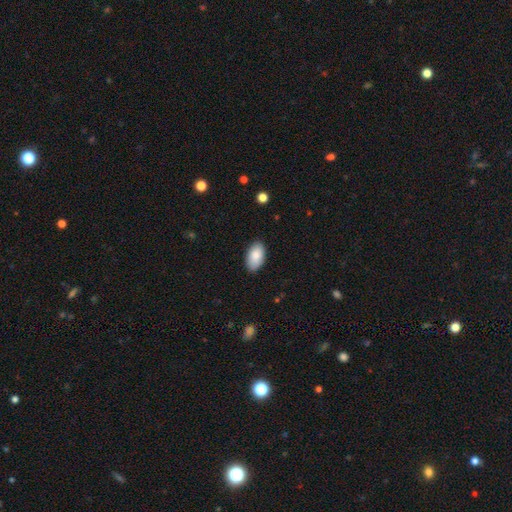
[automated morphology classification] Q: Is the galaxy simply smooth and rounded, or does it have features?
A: smooth — 86%.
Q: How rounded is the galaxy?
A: in between — 95%.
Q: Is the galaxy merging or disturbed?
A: none — 86%.